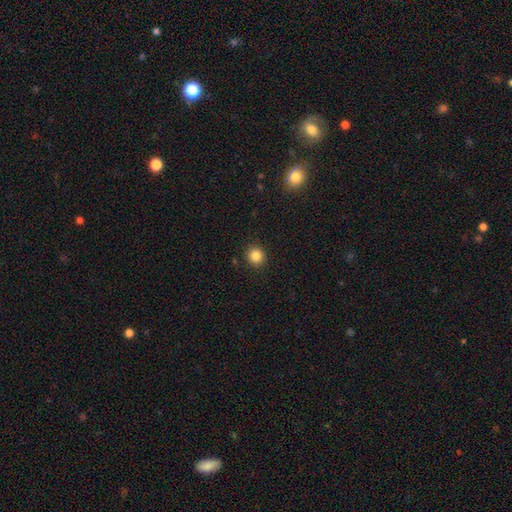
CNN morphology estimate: smooth-or-featured: smooth: 85% | star or artifact: 11% | featured or disk: 4%
  how-rounded: round: 93% | in between: 6% | cigar-shaped: 1%
  merging: none: 92% | minor disturbance: 5% | major disturbance: 2% | merger: 1%